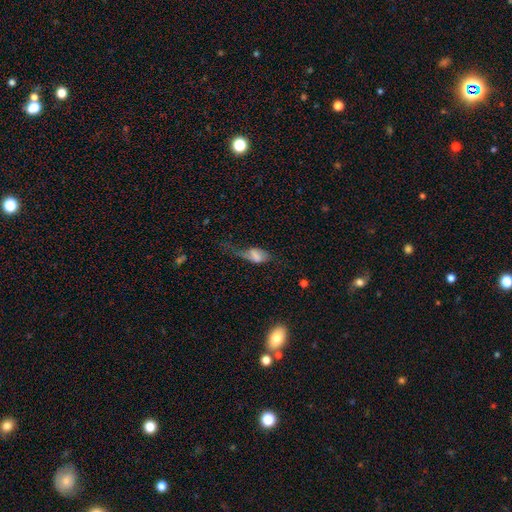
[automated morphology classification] smooth-or-featured: smooth: 51% | featured or disk: 39% | star or artifact: 10%
  how-rounded: in between: 86% | round: 8% | cigar-shaped: 7%
  merging: major disturbance: 48% | minor disturbance: 24% | none: 23% | merger: 5%